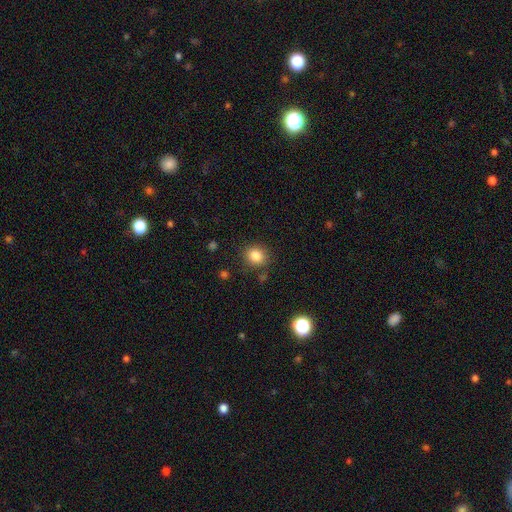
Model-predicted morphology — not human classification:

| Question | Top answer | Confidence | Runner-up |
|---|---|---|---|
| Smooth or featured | smooth | 84% | star or artifact (11%) |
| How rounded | round | 78% | in between (21%) |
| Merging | none | 85% | minor disturbance (10%) |